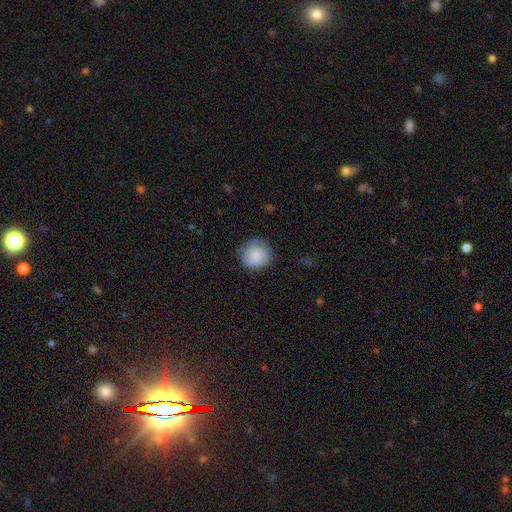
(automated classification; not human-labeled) Overall: smooth (72%). How rounded: round (90%). Merging: none (77%).